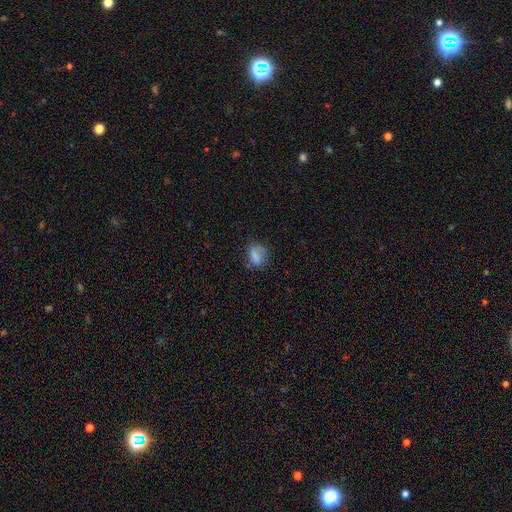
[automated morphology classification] smooth-or-featured: smooth: 71% | featured or disk: 18% | star or artifact: 11%
  how-rounded: in between: 65% | round: 33% | cigar-shaped: 3%
  merging: none: 50% | minor disturbance: 29% | major disturbance: 17% | merger: 4%